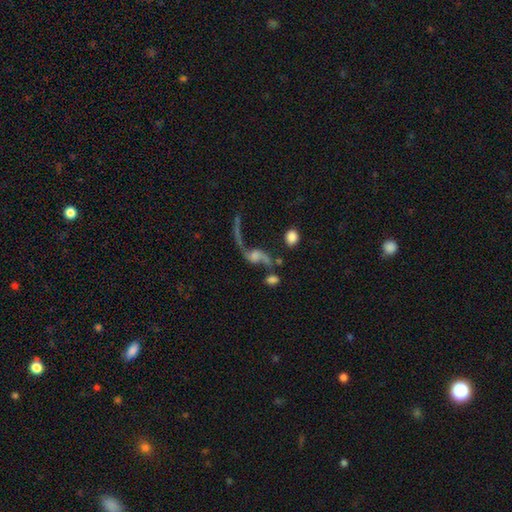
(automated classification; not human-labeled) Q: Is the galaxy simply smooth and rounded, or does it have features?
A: featured or disk — 78%.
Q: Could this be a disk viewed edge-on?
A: no — 94%.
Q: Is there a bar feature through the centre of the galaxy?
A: no — 61%.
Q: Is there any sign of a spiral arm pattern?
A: yes — 90%.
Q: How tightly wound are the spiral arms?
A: loose — 92%.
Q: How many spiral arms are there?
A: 2 — 85%.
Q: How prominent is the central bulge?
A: small — 32%.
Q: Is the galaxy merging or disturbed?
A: none — 42%.